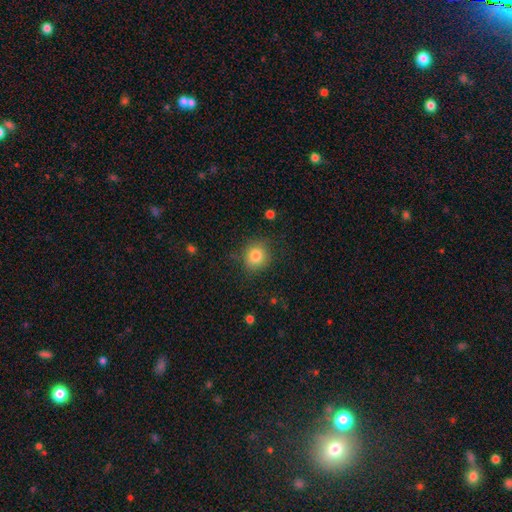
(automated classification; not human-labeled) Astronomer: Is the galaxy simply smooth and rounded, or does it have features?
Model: smooth — 82%.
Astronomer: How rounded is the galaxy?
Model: round — 81%.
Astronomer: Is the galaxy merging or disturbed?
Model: none — 82%.